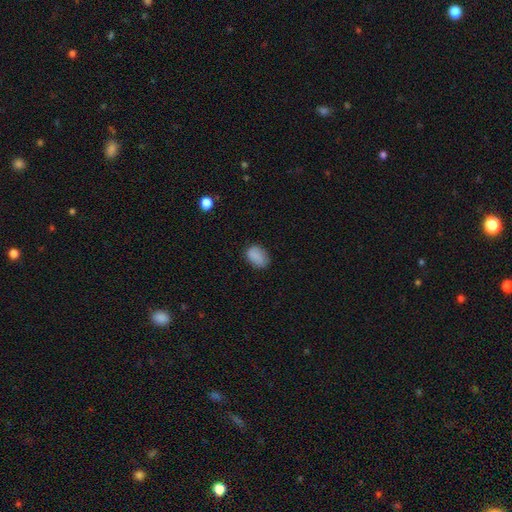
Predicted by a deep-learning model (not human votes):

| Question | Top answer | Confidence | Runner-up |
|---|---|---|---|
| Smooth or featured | smooth | 86% | star or artifact (9%) |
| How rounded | in between | 81% | round (18%) |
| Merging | none | 78% | minor disturbance (17%) |